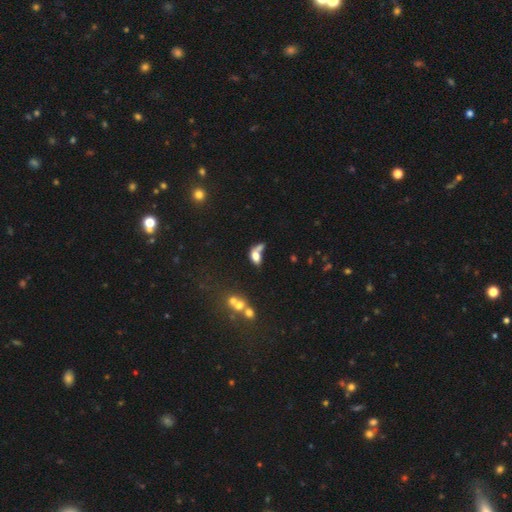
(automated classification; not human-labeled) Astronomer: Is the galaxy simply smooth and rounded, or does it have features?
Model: smooth — 66%.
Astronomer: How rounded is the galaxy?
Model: in between — 80%.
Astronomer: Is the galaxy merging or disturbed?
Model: merger — 50% (runner-up: none, 25%).